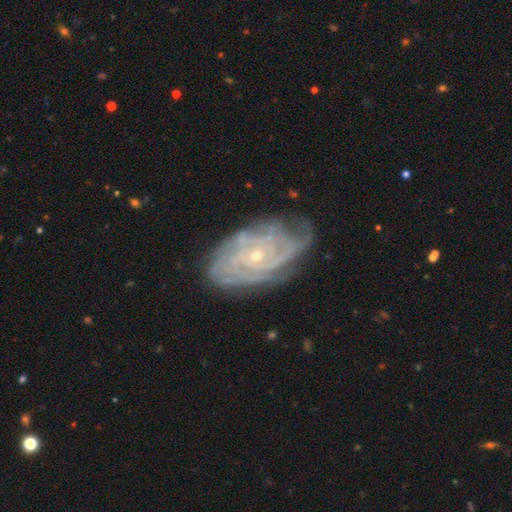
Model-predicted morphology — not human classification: Smooth or featured?
  - featured or disk: 87% *
  - smooth: 7%
  - star or artifact: 6%
Edge-on disk?
  - no: 96% *
  - yes: 4%
Bar?
  - no: 73% *
  - weak: 21%
  - strong: 5%
Spiral arms?
  - yes: 96% *
  - no: 4%
Spiral winding?
  - tight: 76% *
  - medium: 20%
  - loose: 4%
Spiral arm count?
  - can't tell: 32% *
  - 4: 19%
  - 3: 17%
  - 2: 15%
  - more than 4: 10%
  - 1: 7%
Bulge size?
  - small: 77% *
  - moderate: 20%
  - none: 1%
  - large: 1%
  - dominant: 1%
Merging?
  - none: 70% *
  - minor disturbance: 21%
  - major disturbance: 7%
  - merger: 2%